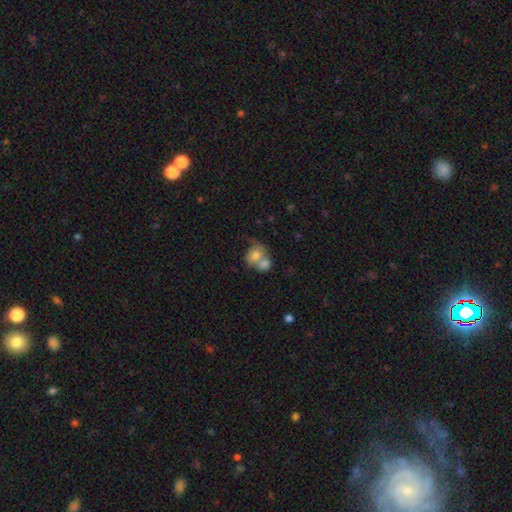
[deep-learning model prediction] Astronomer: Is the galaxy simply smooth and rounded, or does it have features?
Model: smooth — 65%.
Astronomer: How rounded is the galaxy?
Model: round — 61% (runner-up: in between, 38%).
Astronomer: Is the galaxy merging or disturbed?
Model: merger — 67%.